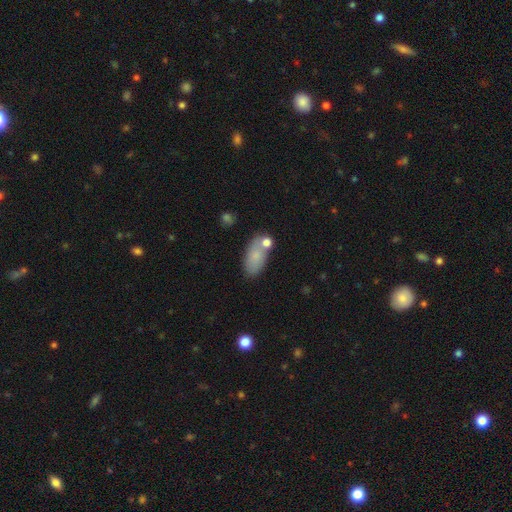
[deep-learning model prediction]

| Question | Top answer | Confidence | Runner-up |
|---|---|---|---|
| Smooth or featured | smooth | 78% | featured or disk (14%) |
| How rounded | in between | 90% | cigar-shaped (5%) |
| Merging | none | 61% | minor disturbance (17%) |